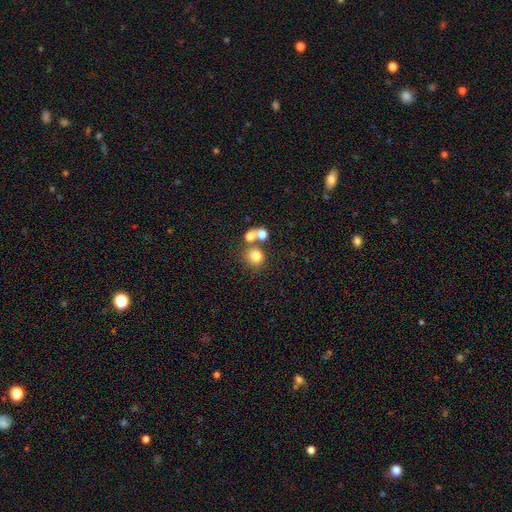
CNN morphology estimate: Smooth or featured? Predicted: smooth (p=0.76). How rounded? Predicted: round (p=0.81). Merging? Predicted: none (p=0.54).